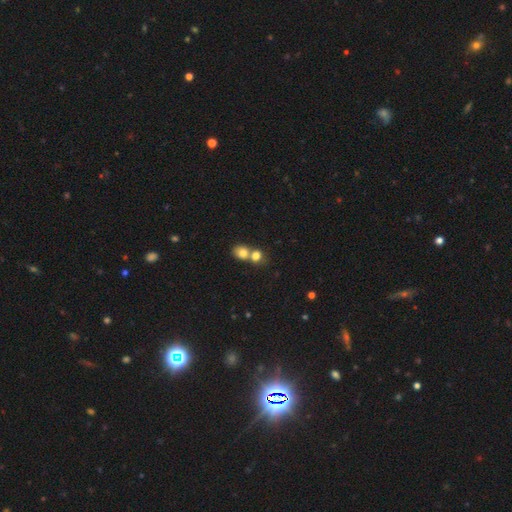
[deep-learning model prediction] smooth_or_featured: smooth (p=0.77) [alt: star or artifact p=0.11]
how_rounded: round (p=0.68) [alt: in between p=0.31]
merging: merger (p=0.61) [alt: none p=0.31]